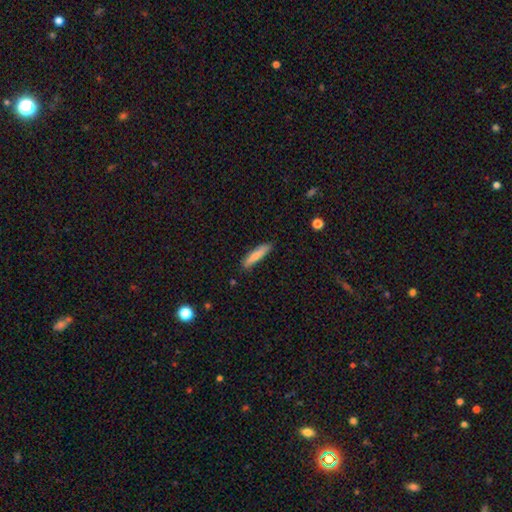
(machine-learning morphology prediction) A smooth galaxy with no disk features (83%) that is cigar-shaped (81%). Merging: none (81%).